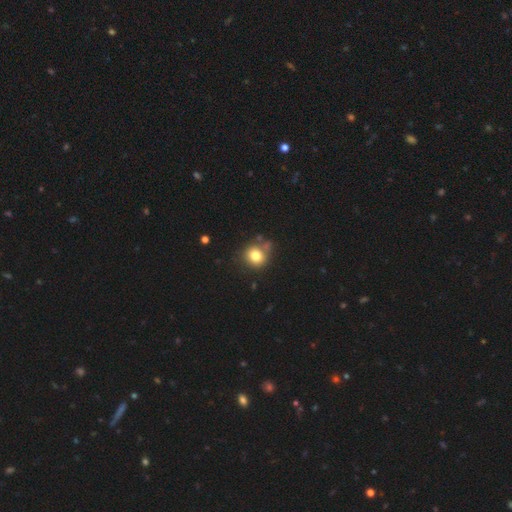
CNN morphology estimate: This appears to be a smooth galaxy with no disk features (80%) that is round (82%). Merging: none (67%).